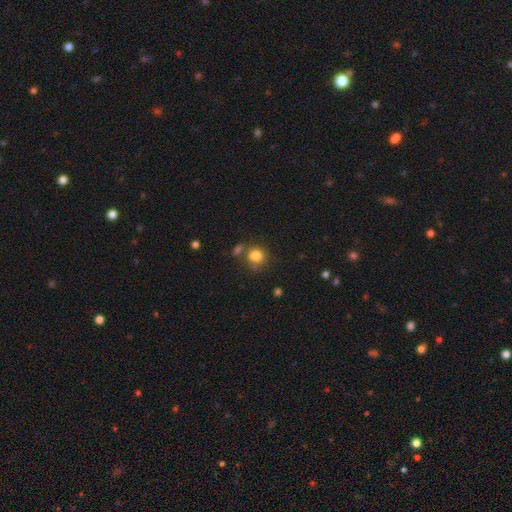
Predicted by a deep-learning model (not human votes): smooth_or_featured: smooth (p=0.82) [alt: star or artifact p=0.12]
how_rounded: round (p=0.77) [alt: in between p=0.22]
merging: none (p=0.62) [alt: merger p=0.18]